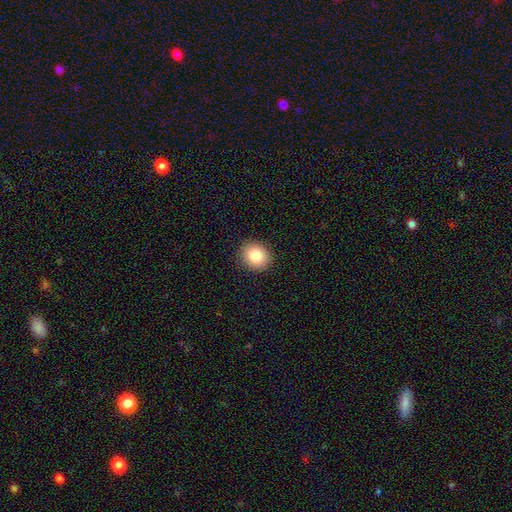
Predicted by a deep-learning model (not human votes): Smooth or featured? smooth (85%)
How rounded? round (69%)
Merging? none (91%)